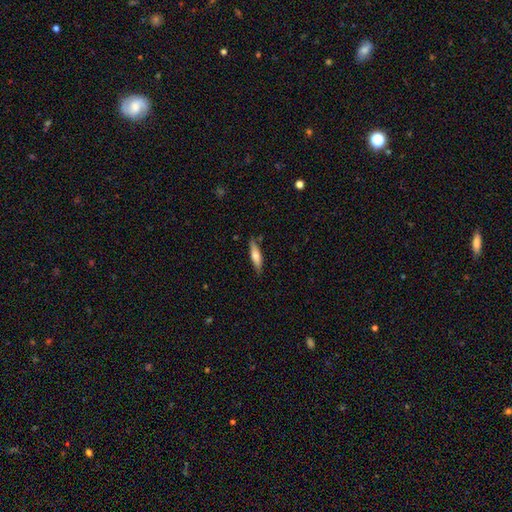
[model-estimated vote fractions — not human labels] Smooth or featured? smooth (64%)
How rounded? cigar-shaped (71%)
Merging? none (80%)